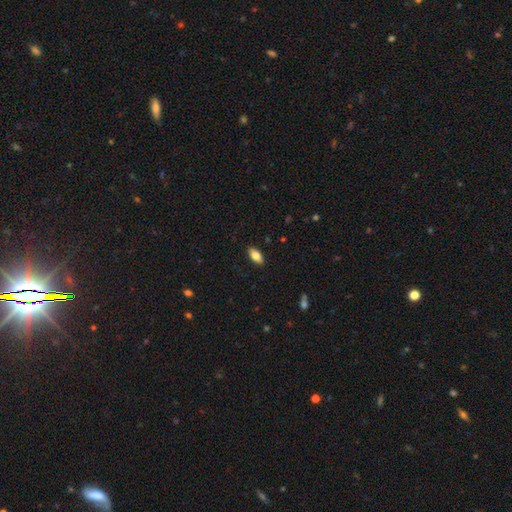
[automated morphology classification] Smooth or featured? smooth (79%)
How rounded? in between (89%)
Merging? none (89%)